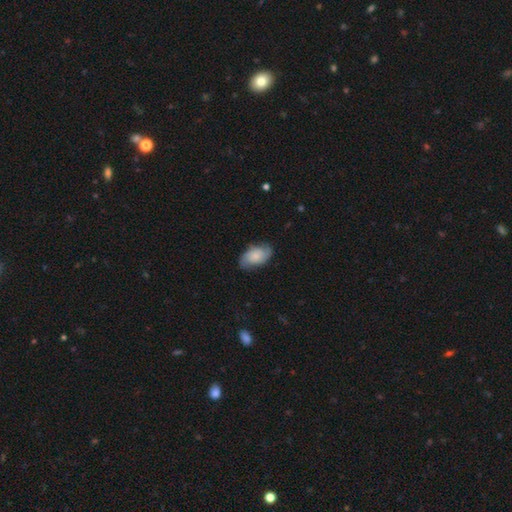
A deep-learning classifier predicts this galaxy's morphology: smooth 48%, featured or disk 45%, star or artifact 7%. Down the decision tree: merging — none (74%).